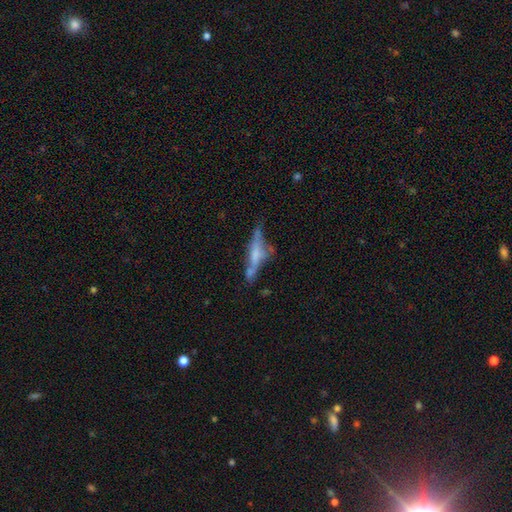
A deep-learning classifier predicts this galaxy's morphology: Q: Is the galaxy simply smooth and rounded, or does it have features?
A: featured or disk — 56%.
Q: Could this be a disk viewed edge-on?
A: yes — 70%.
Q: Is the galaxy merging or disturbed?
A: none — 41%.